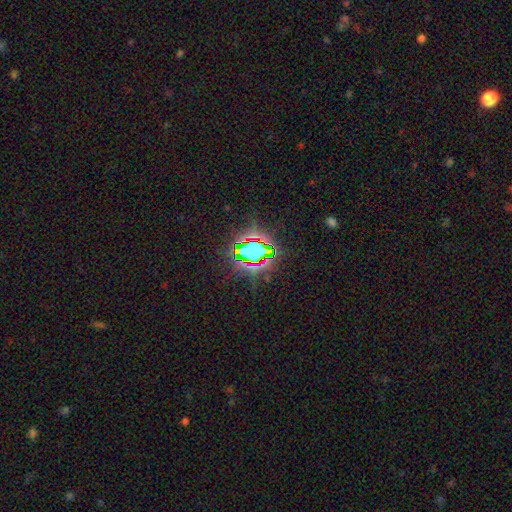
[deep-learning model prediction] Smooth or featured? star or artifact (70%)